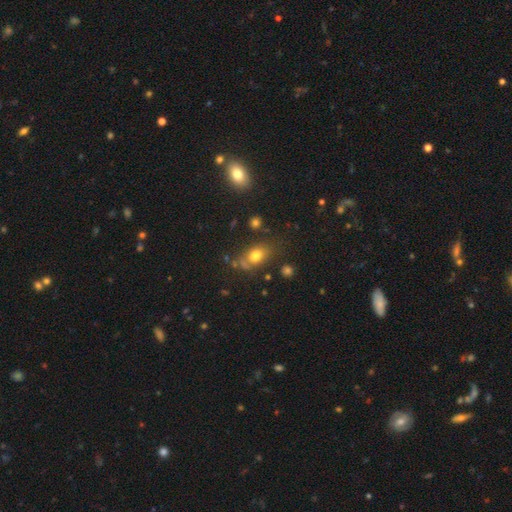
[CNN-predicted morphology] Smooth or featured? Predicted: smooth (p=0.75). How rounded? Predicted: in between (p=0.70). Merging? Predicted: none (p=0.65).